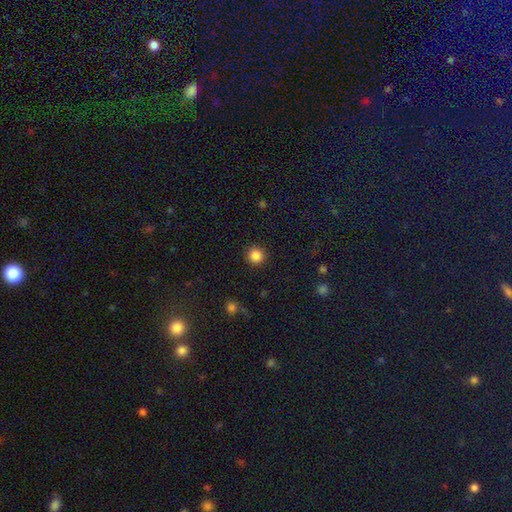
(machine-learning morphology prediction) Overall: smooth (86%). How rounded: round (95%). Merging: none (92%).